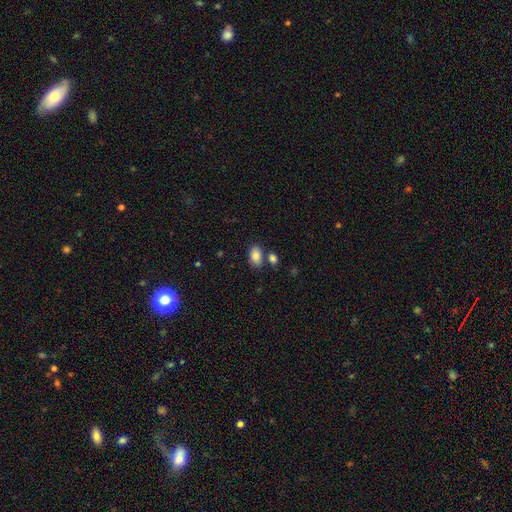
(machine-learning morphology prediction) Overall: smooth (84%). How rounded: in between (90%). Merging: none (68%).